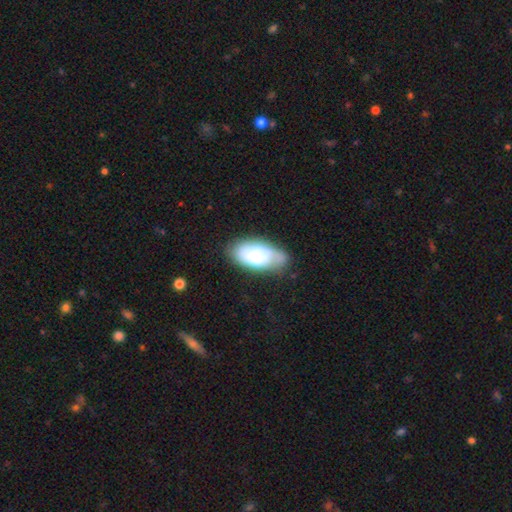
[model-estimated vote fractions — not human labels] Smooth or featured: smooth — 64% (featured or disk — 29%)
How rounded: in between — 92% (cigar-shaped — 4%)
Merging: none — 55% (minor disturbance — 30%)